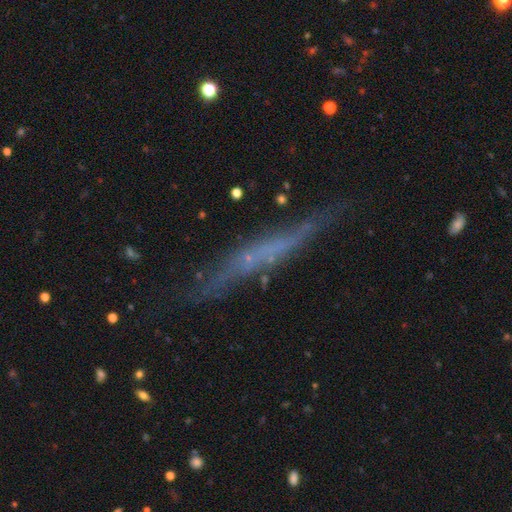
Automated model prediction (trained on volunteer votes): This is possibly a featured or disk galaxy (55%). It is clearly viewed edge-on (86%). Merging: likely none (72%).